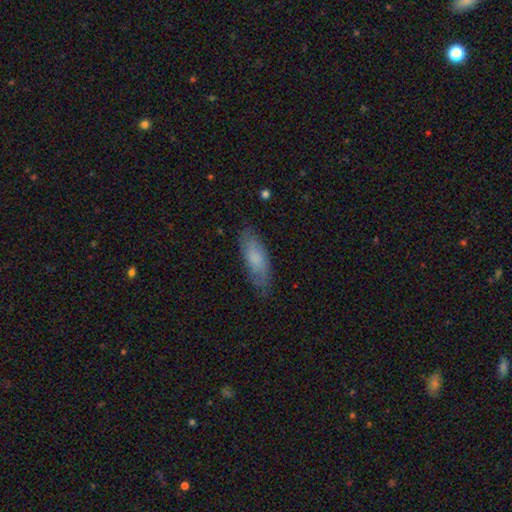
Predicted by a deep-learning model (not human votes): Smooth or featured: smooth — 67% (featured or disk — 25%)
How rounded: in between — 53% (cigar-shaped — 45%)
Merging: none — 80% (minor disturbance — 16%)